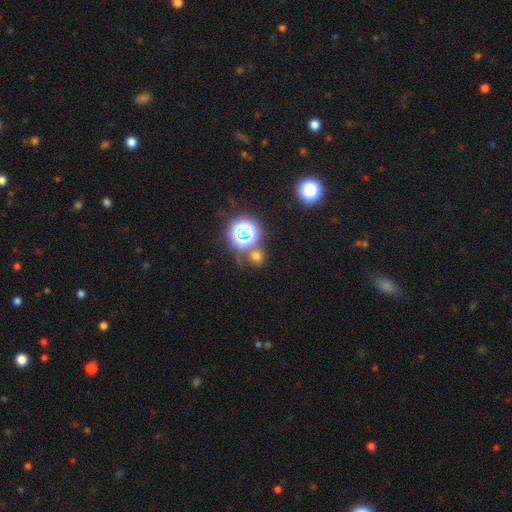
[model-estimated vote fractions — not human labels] Smooth or featured? smooth (53%)
How rounded? round (84%)
Merging? none (68%)